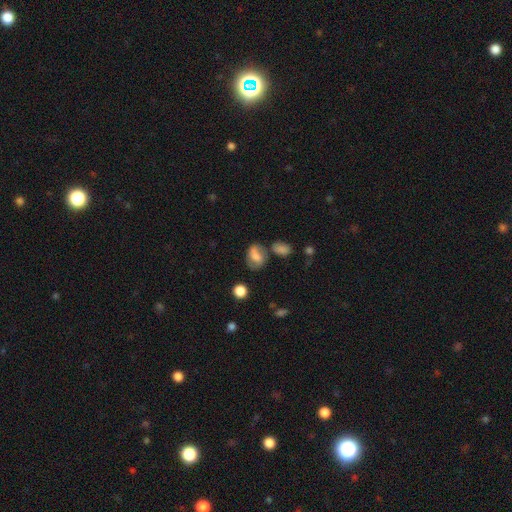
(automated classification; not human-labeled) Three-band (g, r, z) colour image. It shows a smooth galaxy with no disk features (55%) that is in between round and cigar-shaped (67%). Merging: none (52%).